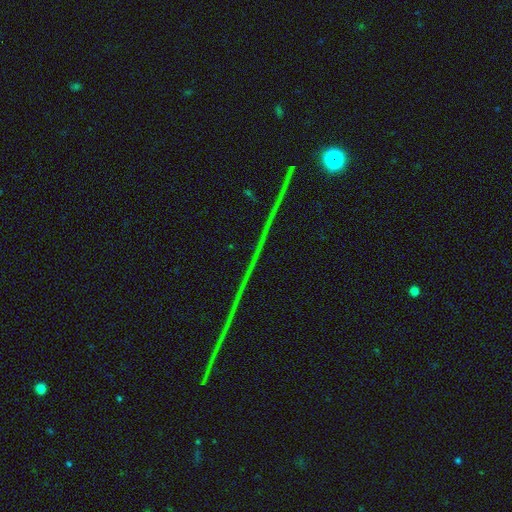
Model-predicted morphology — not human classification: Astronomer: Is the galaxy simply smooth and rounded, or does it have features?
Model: star or artifact — 85%.